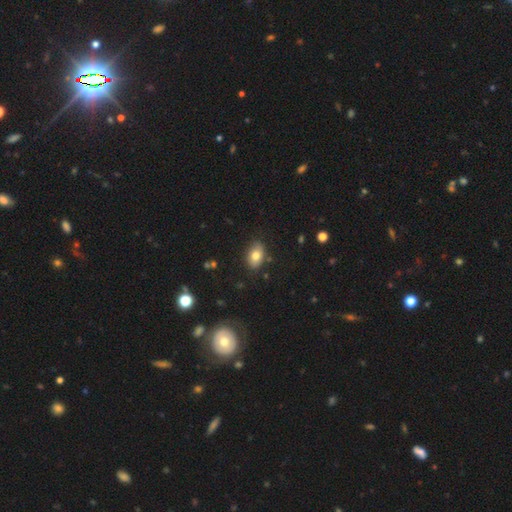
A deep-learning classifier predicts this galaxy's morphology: This is likely a smooth galaxy (78%). How rounded: clearly in between (85%). Merging: clearly none (82%).